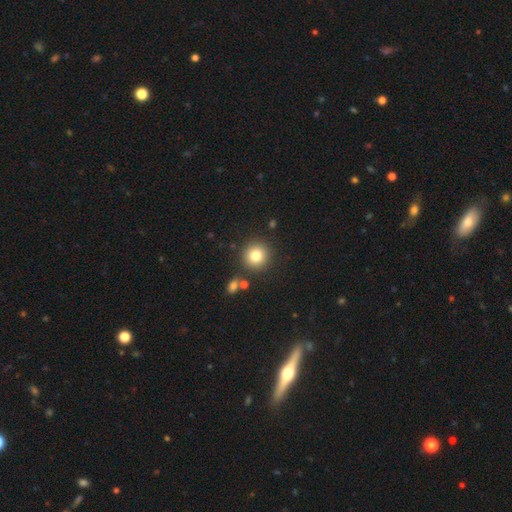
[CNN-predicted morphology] This appears to be a smooth galaxy with no disk features (81%) that is round (93%). Merging: none (86%).